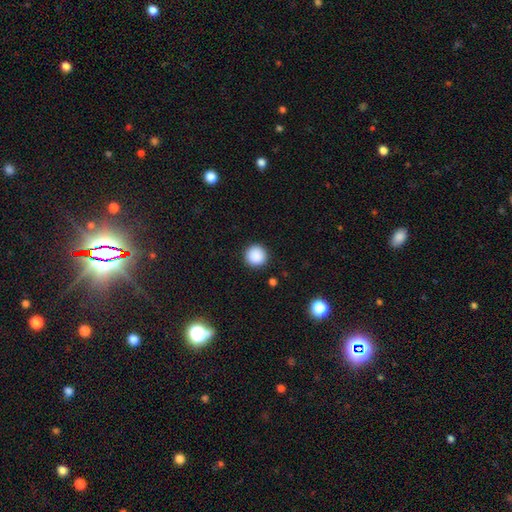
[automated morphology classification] smooth-or-featured: smooth: 88% | star or artifact: 9% | featured or disk: 3%
  how-rounded: round: 96% | in between: 3% | cigar-shaped: 1%
  merging: none: 92% | minor disturbance: 5% | major disturbance: 2% | merger: 1%